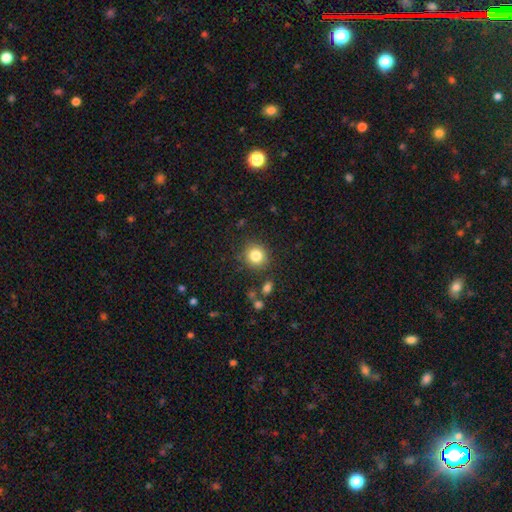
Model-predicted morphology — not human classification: smooth-or-featured: smooth: 82% | star or artifact: 11% | featured or disk: 7%
  how-rounded: round: 88% | in between: 11% | cigar-shaped: 1%
  merging: none: 85% | minor disturbance: 9% | merger: 3% | major disturbance: 3%